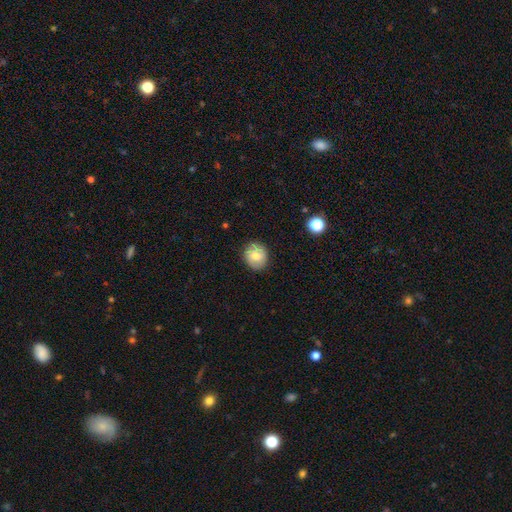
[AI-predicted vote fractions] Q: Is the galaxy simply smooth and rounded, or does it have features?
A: smooth — 67%.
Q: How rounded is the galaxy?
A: round — 81%.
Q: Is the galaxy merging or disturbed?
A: none — 86%.